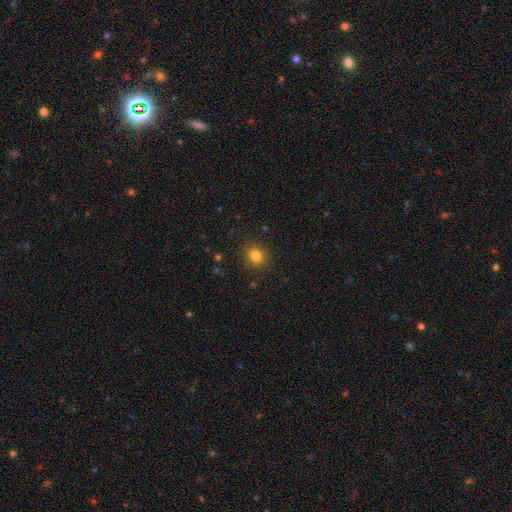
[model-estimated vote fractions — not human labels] Smooth or featured? smooth (82%)
How rounded? round (83%)
Merging? none (89%)